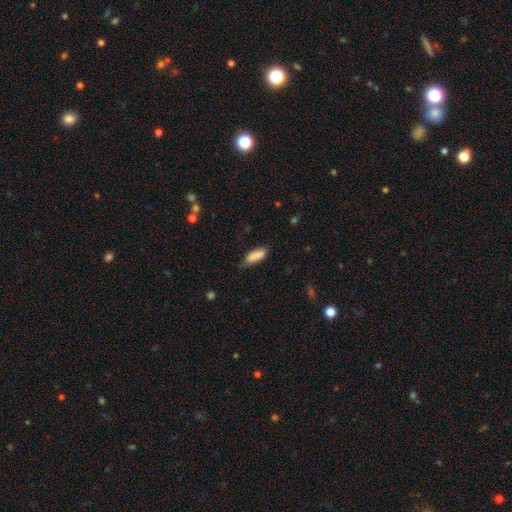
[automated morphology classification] A smooth galaxy with no disk features (86%) that is in between round and cigar-shaped (62%). Merging: none (68%).